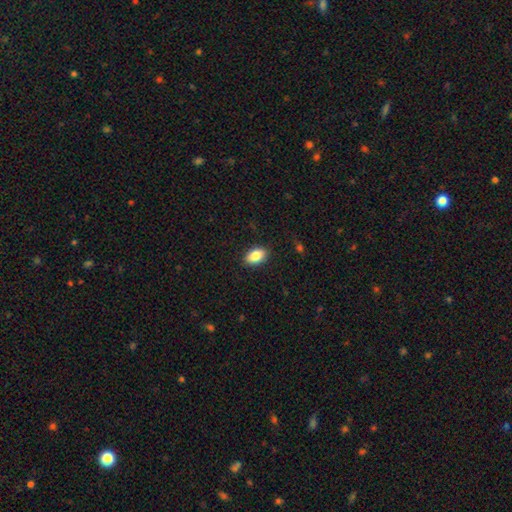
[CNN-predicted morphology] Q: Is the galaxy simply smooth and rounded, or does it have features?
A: smooth — 86%.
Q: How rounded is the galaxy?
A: in between — 90%.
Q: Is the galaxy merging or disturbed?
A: none — 88%.